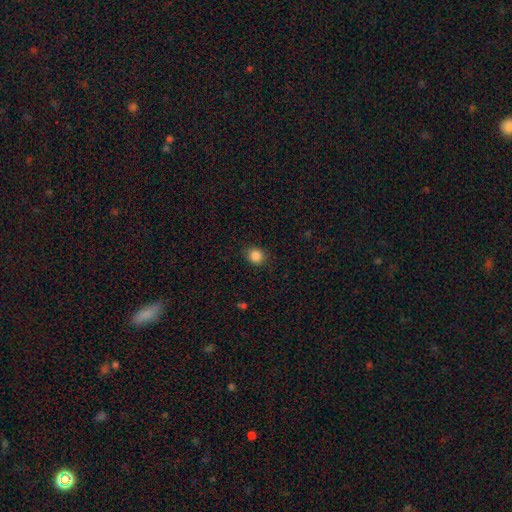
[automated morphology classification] smooth-or-featured: smooth: 86% | star or artifact: 10% | featured or disk: 4%
  how-rounded: round: 82% | in between: 17% | cigar-shaped: 1%
  merging: none: 88% | minor disturbance: 9% | major disturbance: 3% | merger: 1%